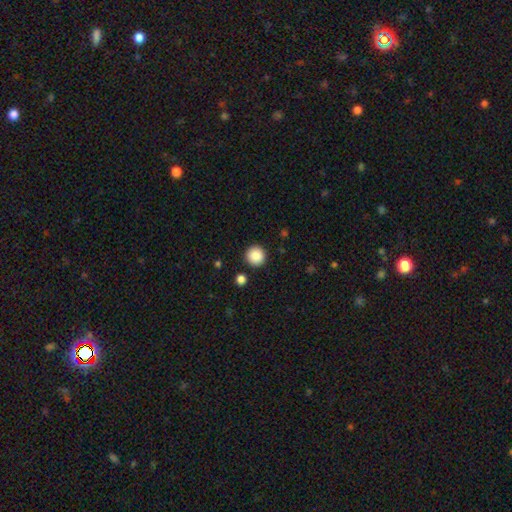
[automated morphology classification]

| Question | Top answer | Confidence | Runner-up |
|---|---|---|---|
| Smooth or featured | smooth | 88% | star or artifact (9%) |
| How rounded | round | 95% | in between (4%) |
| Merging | none | 91% | minor disturbance (5%) |